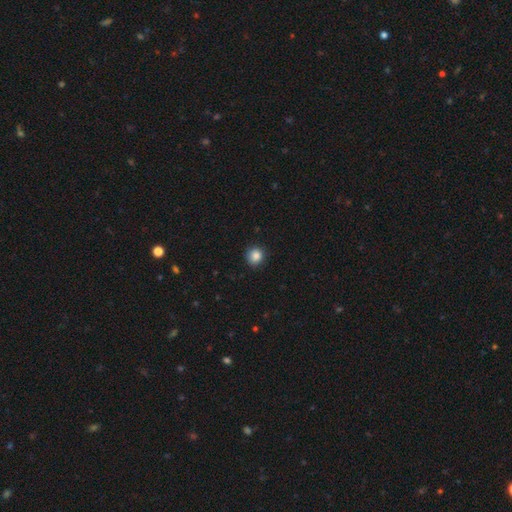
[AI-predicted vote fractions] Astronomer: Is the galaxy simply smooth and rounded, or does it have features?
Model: smooth — 86%.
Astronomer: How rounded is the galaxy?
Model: round — 91%.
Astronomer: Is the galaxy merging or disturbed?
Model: none — 90%.